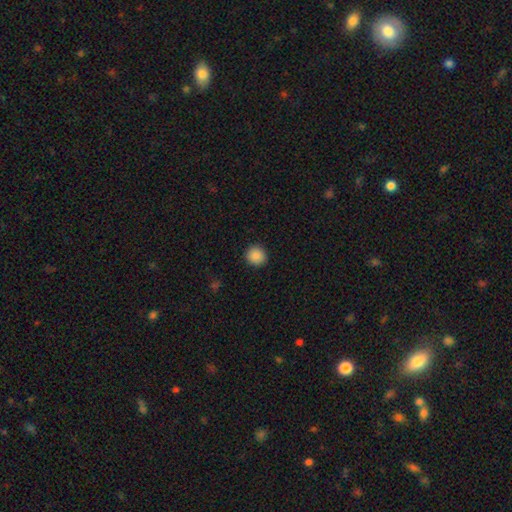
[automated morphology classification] A smooth galaxy with no disk features (88%) that is round (92%).

Vote fractions:
- Smooth or featured? smooth: 88% / star or artifact: 9% / featured or disk: 3%
- How rounded? round: 92% / in between: 7% / cigar-shaped: 1%
- Merging? none: 92% / minor disturbance: 6% / major disturbance: 2% / merger: 1%